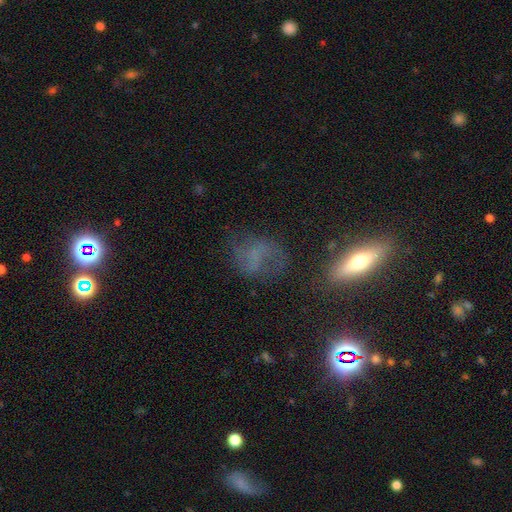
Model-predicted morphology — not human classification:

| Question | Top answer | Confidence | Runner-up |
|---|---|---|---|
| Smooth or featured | featured or disk | 41% | smooth (38%) |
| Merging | none | 55% | minor disturbance (22%) |